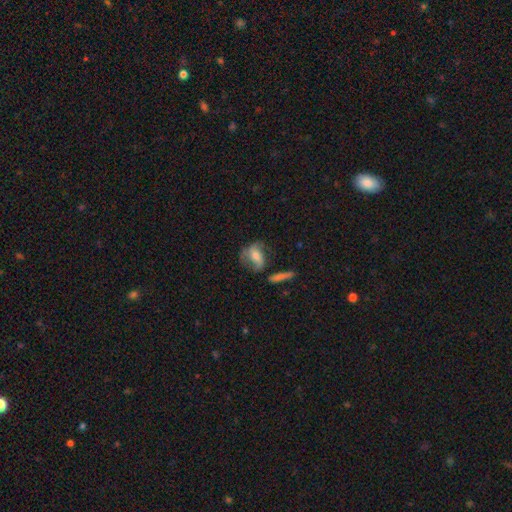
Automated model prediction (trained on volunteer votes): Overall: featured or disk (47%; smooth 45%). Merging: none (49%; minor disturbance 25%).